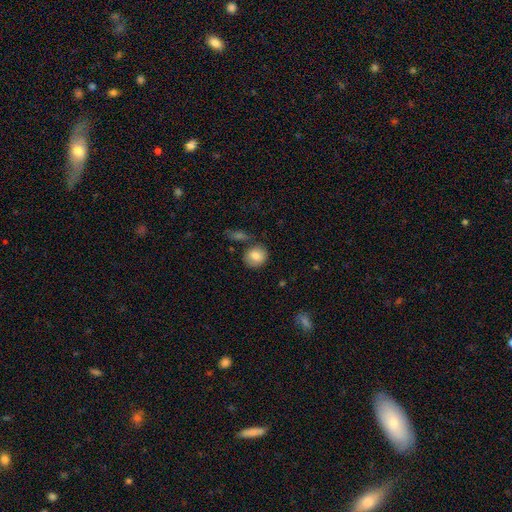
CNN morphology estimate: Smooth or featured?
  - smooth: 83% *
  - featured or disk: 9%
  - star or artifact: 8%
How rounded?
  - round: 79% *
  - in between: 20%
  - cigar-shaped: 1%
Merging?
  - none: 74% *
  - minor disturbance: 13%
  - merger: 9%
  - major disturbance: 4%